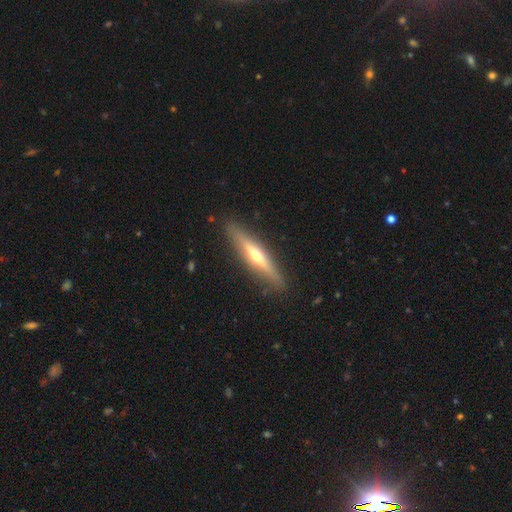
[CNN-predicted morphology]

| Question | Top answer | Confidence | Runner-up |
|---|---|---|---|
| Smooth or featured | featured or disk | 70% | smooth (25%) |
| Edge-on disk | yes | 96% | no (4%) |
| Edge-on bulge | rounded | 87% | none (9%) |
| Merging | none | 89% | minor disturbance (8%) |